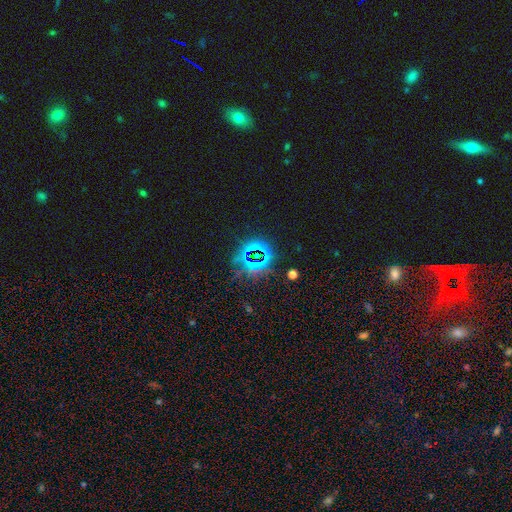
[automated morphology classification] The model was most divided on "smooth or featured": star or artifact: 74%, smooth: 17%, featured or disk: 9%.